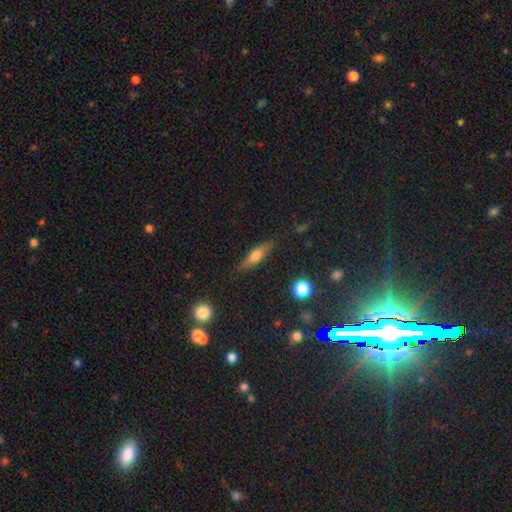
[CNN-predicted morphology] This is possibly a smooth galaxy (52%). How rounded: likely cigar-shaped (65%). Merging: clearly none (84%).